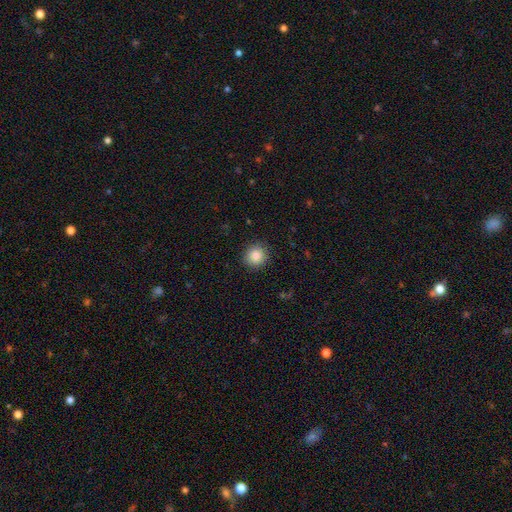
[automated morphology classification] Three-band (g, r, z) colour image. It shows a smooth galaxy with no disk features (86%) that is round (90%). Merging: none (91%).